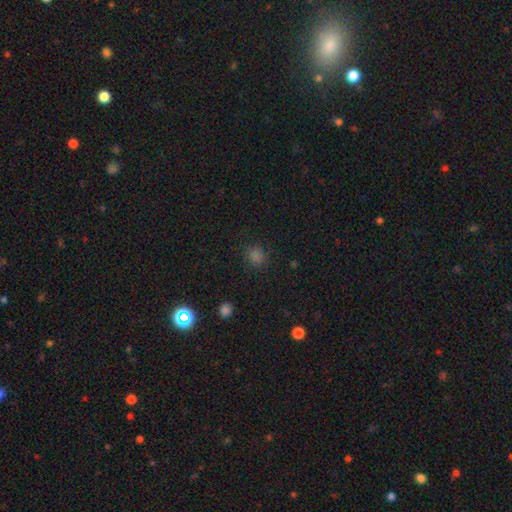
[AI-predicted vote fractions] Smooth or featured? Predicted: smooth (p=0.72). How rounded? Predicted: round (p=0.87). Merging? Predicted: none (p=0.87).